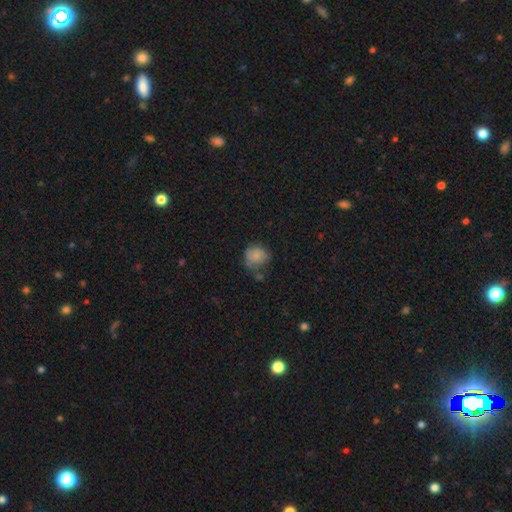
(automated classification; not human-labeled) This is likely a smooth galaxy (75%). How rounded: likely round (76%). Merging: possibly none (51%).